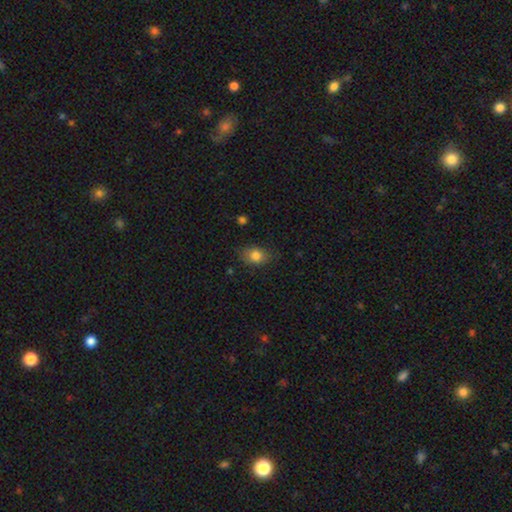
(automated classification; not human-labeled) smooth-or-featured: smooth: 82% | star or artifact: 9% | featured or disk: 9%
  how-rounded: in between: 71% | round: 27% | cigar-shaped: 1%
  merging: none: 78% | minor disturbance: 17% | major disturbance: 4% | merger: 1%